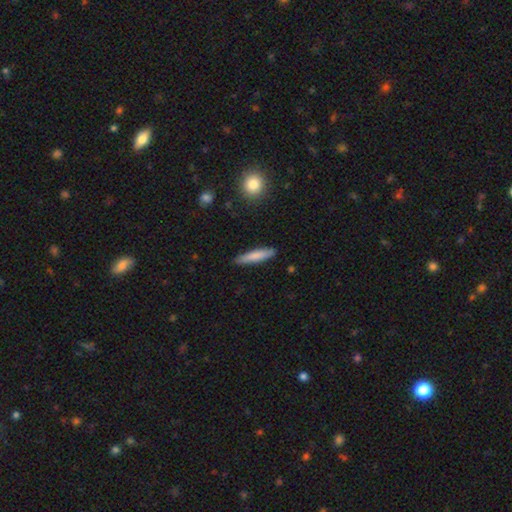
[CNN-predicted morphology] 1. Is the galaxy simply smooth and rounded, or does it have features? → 79% smooth, 16% featured or disk, 6% star or artifact.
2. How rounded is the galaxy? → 85% cigar-shaped, 13% in between, 1% round.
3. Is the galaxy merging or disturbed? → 88% none, 9% minor disturbance, 2% major disturbance, 1% merger.